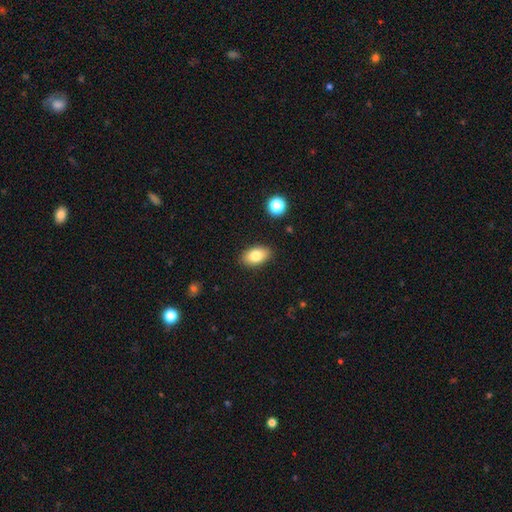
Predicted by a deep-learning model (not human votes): Smooth or featured?
  - smooth: 80% *
  - featured or disk: 12%
  - star or artifact: 8%
How rounded?
  - in between: 91% *
  - round: 7%
  - cigar-shaped: 2%
Merging?
  - none: 88% *
  - minor disturbance: 9%
  - major disturbance: 2%
  - merger: 1%